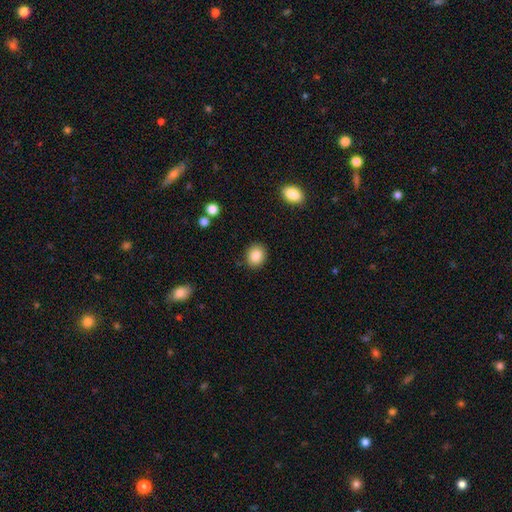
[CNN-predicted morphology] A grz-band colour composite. It shows a smooth galaxy with no disk features (85%) that is round (66%). Merging: none (89%).